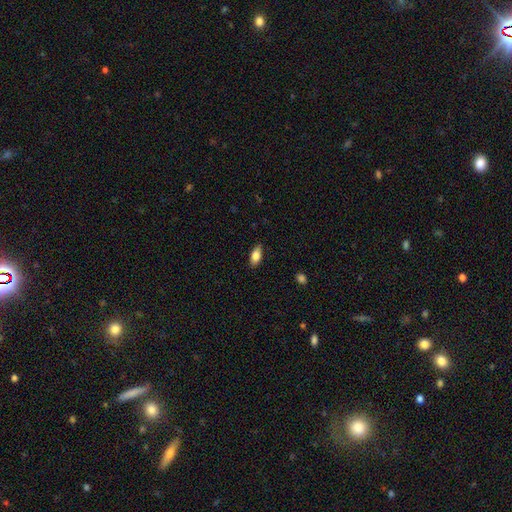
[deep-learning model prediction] smooth-or-featured: smooth: 82% | featured or disk: 11% | star or artifact: 7%
  how-rounded: in between: 89% | cigar-shaped: 7% | round: 4%
  merging: none: 84% | minor disturbance: 12% | major disturbance: 2% | merger: 1%